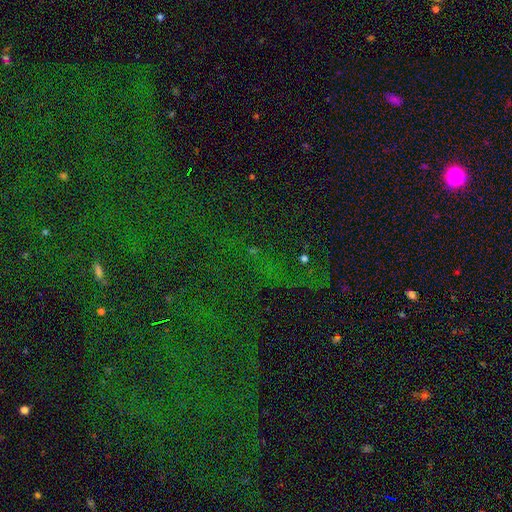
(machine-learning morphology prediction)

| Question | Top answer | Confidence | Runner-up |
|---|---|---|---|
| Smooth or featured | star or artifact | 82% | smooth (10%) |